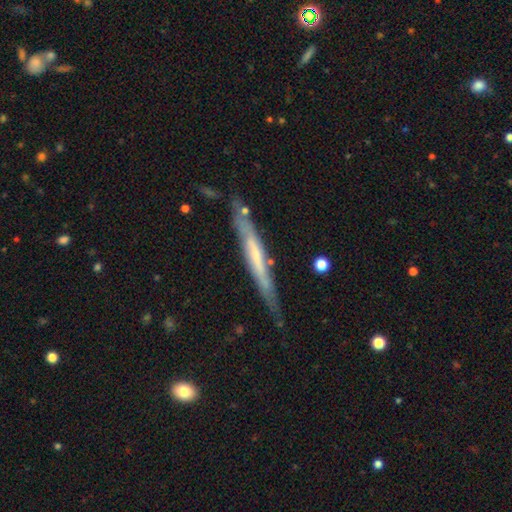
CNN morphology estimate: smooth_or_featured: featured or disk (p=0.58) [alt: smooth p=0.36]
disk_edge_on: yes (p=0.87) [alt: no p=0.13]
edge_on_bulge: none (p=0.68) [alt: boxy p=0.16]
merging: none (p=0.73) [alt: minor disturbance p=0.19]